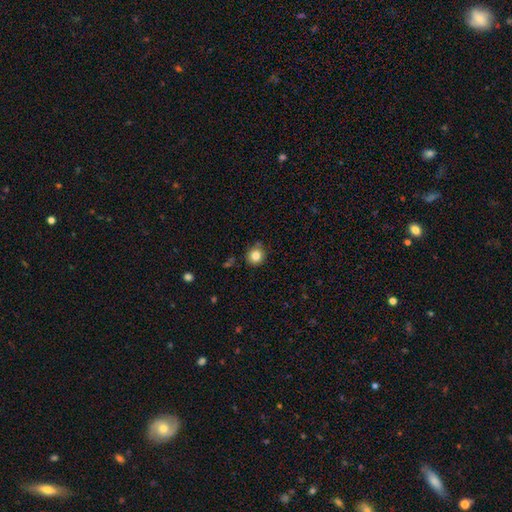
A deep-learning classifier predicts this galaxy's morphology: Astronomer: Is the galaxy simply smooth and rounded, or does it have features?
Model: smooth — 83%.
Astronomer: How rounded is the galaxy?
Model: round — 89%.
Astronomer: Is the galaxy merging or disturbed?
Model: none — 83%.